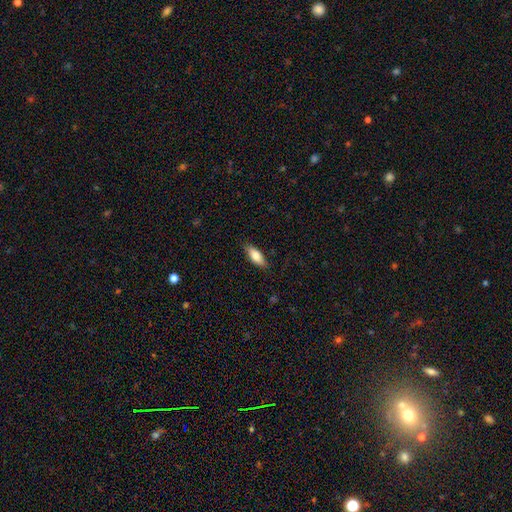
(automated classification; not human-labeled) This appears to be a smooth galaxy with no disk features (77%) that is in between round and cigar-shaped (72%). Merging: none (84%).